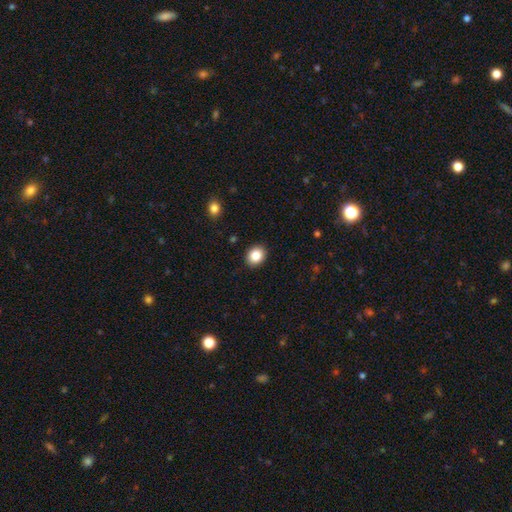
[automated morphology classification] type=smooth (86%); roundness=round (58%); merging=none (90%).